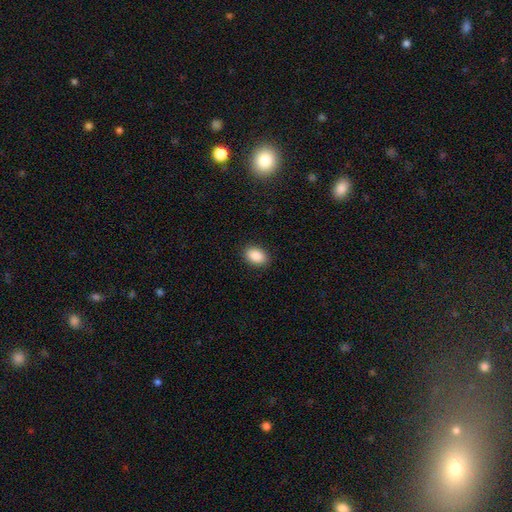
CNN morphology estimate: smooth_or_featured: smooth (p=0.89) [alt: star or artifact p=0.07]
how_rounded: in between (p=0.86) [alt: round p=0.12]
merging: none (p=0.89) [alt: minor disturbance p=0.07]